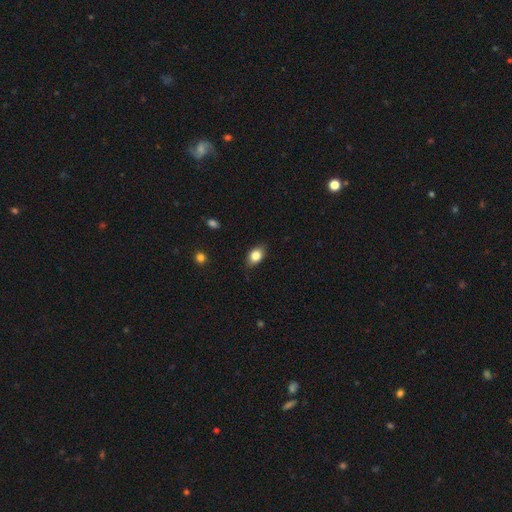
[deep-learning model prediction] Smooth or featured: smooth — 82% (featured or disk — 10%)
How rounded: in between — 80% (round — 18%)
Merging: none — 82% (minor disturbance — 14%)